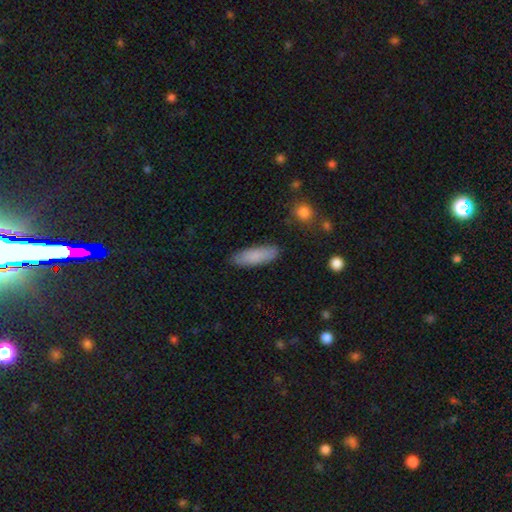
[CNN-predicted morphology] Smooth or featured?
  - smooth: 85% *
  - featured or disk: 9%
  - star or artifact: 6%
How rounded?
  - in between: 53% *
  - cigar-shaped: 45%
  - round: 2%
Merging?
  - none: 87% *
  - minor disturbance: 10%
  - major disturbance: 2%
  - merger: 1%